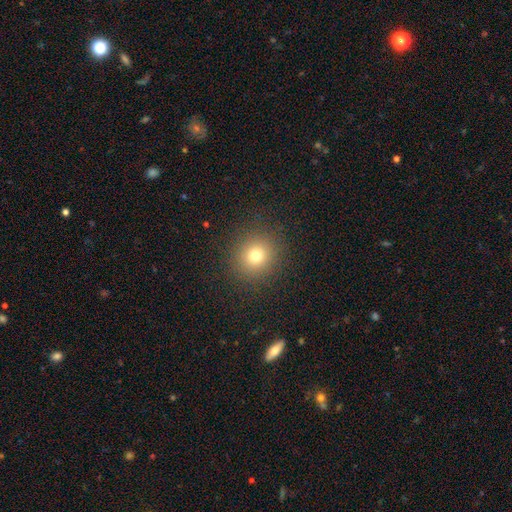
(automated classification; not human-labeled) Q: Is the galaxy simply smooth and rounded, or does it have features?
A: smooth — 75%.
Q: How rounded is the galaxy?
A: round — 89%.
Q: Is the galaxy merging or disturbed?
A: none — 89%.